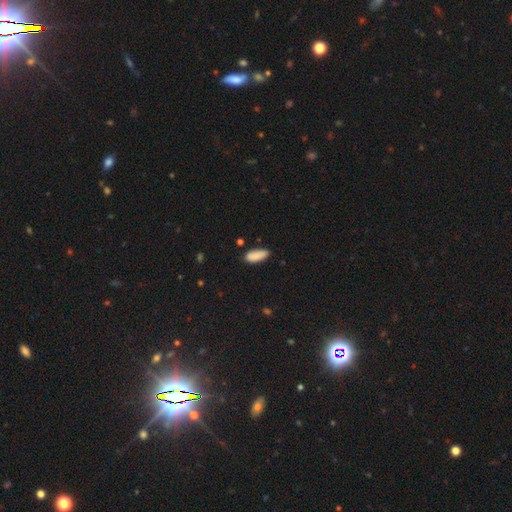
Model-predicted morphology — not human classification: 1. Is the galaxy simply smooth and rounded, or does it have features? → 88% smooth, 6% star or artifact, 5% featured or disk.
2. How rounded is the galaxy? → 79% in between, 19% cigar-shaped, 2% round.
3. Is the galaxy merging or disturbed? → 78% none, 17% minor disturbance, 3% major disturbance, 2% merger.